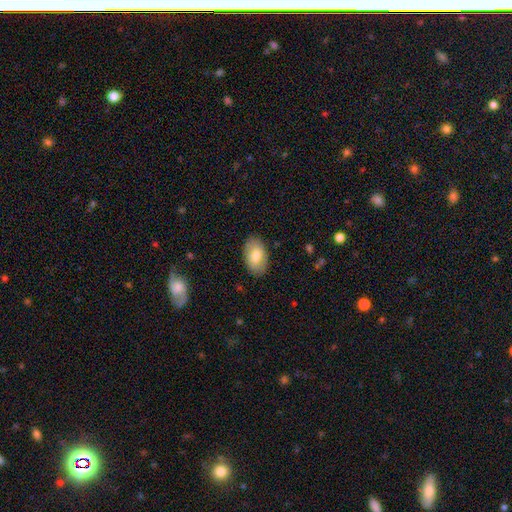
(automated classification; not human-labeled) Smooth or featured?
  - smooth: 73% *
  - featured or disk: 20%
  - star or artifact: 6%
How rounded?
  - in between: 93% *
  - round: 6%
  - cigar-shaped: 1%
Merging?
  - none: 86% *
  - minor disturbance: 10%
  - major disturbance: 2%
  - merger: 1%